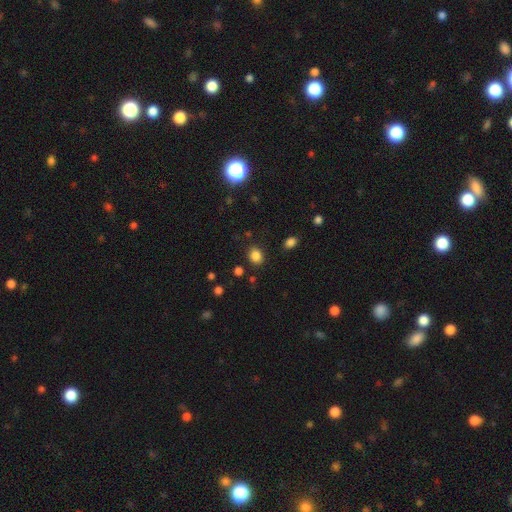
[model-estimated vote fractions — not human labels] smooth-or-featured: smooth: 84% | star or artifact: 12% | featured or disk: 4%
  how-rounded: round: 61% | in between: 38% | cigar-shaped: 1%
  merging: none: 85% | minor disturbance: 9% | major disturbance: 3% | merger: 3%